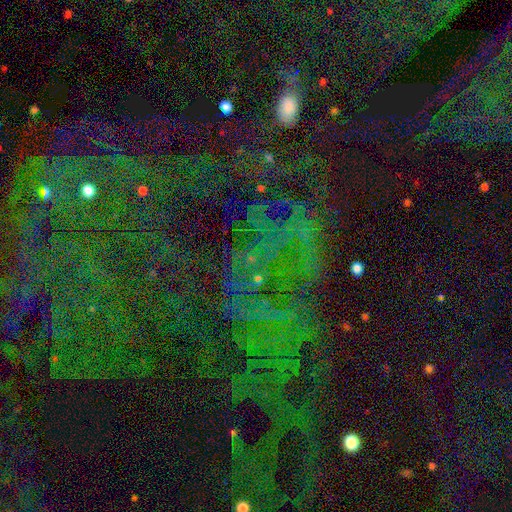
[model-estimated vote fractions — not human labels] Smooth or featured? Predicted: star or artifact (p=0.76).